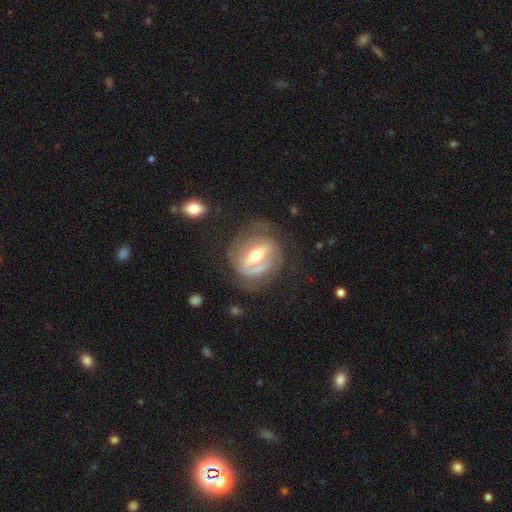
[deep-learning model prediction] smooth_or_featured: featured or disk (p=0.79) [alt: smooth p=0.15]
disk_edge_on: no (p=0.91) [alt: yes p=0.09]
bar: strong (p=0.62) [alt: weak p=0.27]
has_spiral_arms: yes (p=0.73) [alt: no p=0.27]
spiral_winding: tight (p=0.53) [alt: medium p=0.33]
spiral_arm_count: 2 (p=0.53) [alt: can't tell p=0.24]
bulge_size: moderate (p=0.68) [alt: small p=0.20]
merging: none (p=0.60) [alt: minor disturbance p=0.21]